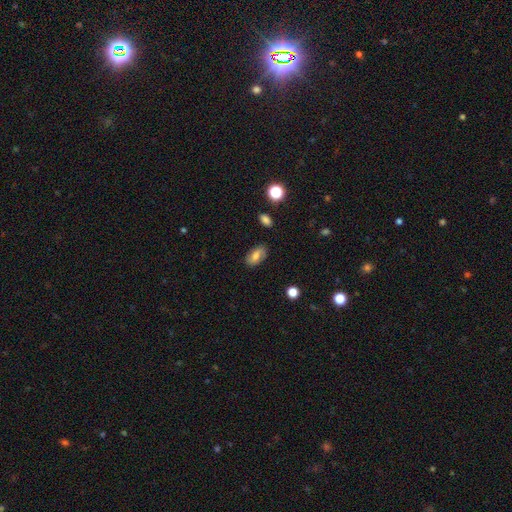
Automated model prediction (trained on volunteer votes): Overall: smooth (56%; featured or disk 35%). How rounded: in between (90%). Merging: none (81%).